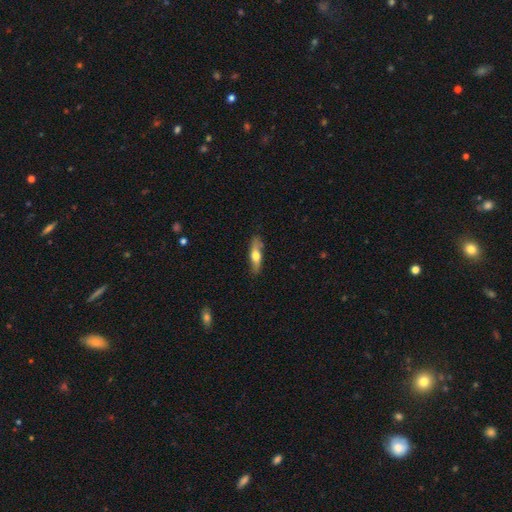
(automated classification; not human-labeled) Q: Smooth or featured?
A: smooth (55%); runner-up: featured or disk (39%)
Q: How rounded?
A: cigar-shaped (62%); runner-up: in between (35%)
Q: Merging?
A: none (81%); runner-up: minor disturbance (15%)